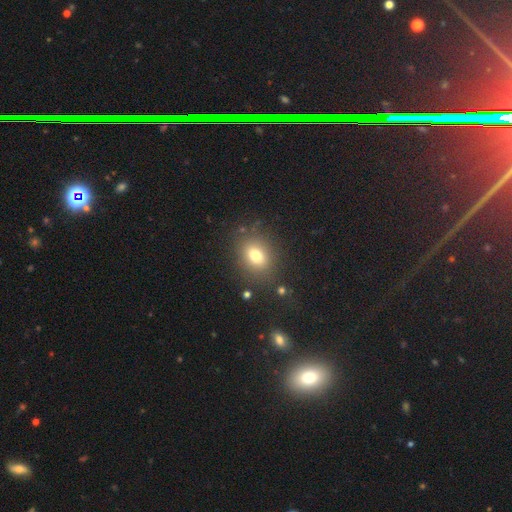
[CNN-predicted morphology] smooth_or_featured: smooth (p=0.76) [alt: star or artifact p=0.14]
how_rounded: round (p=0.50) [alt: in between p=0.48]
merging: none (p=0.82) [alt: minor disturbance p=0.10]